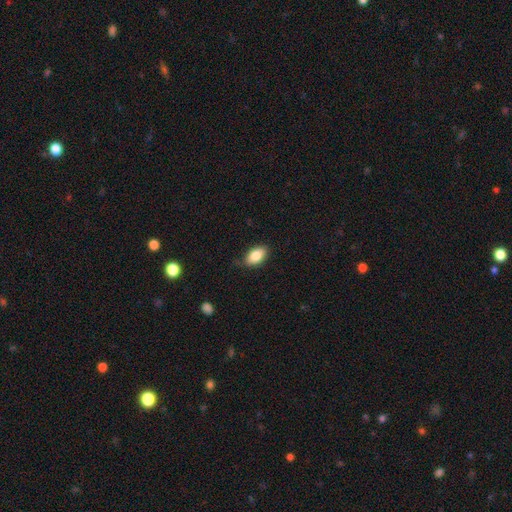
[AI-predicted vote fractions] smooth-or-featured: smooth: 83% | featured or disk: 9% | star or artifact: 7%
  how-rounded: in between: 91% | round: 6% | cigar-shaped: 3%
  merging: none: 79% | minor disturbance: 17% | major disturbance: 3% | merger: 1%